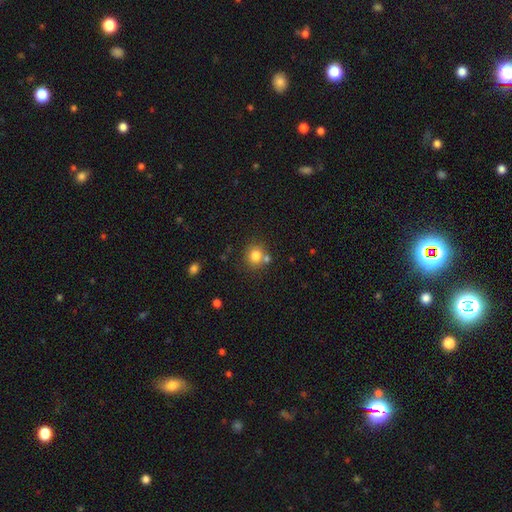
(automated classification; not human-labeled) Smooth or featured? Predicted: smooth (p=0.80). How rounded? Predicted: round (p=0.83). Merging? Predicted: none (p=0.67).